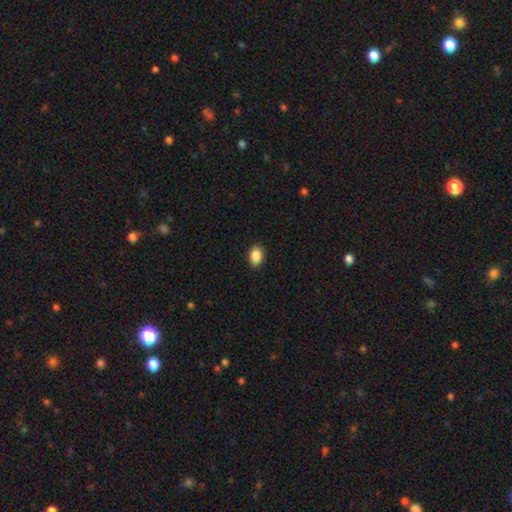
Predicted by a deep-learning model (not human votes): Q: Smooth or featured?
A: smooth (89%); runner-up: star or artifact (8%)
Q: How rounded?
A: in between (80%); runner-up: round (19%)
Q: Merging?
A: none (89%); runner-up: minor disturbance (9%)